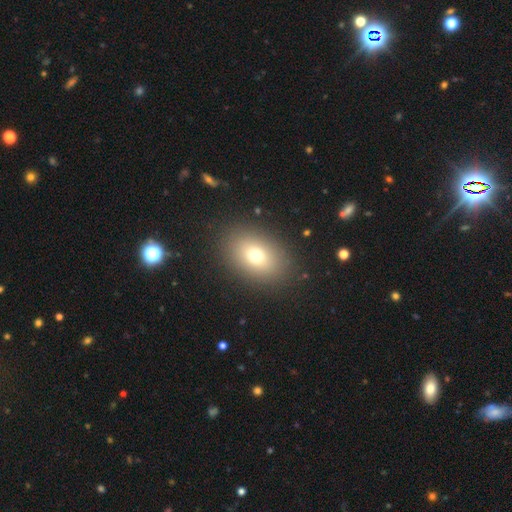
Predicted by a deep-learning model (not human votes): smooth-or-featured: smooth: 74% | star or artifact: 13% | featured or disk: 13%
  how-rounded: in between: 74% | round: 25% | cigar-shaped: 1%
  merging: none: 87% | minor disturbance: 8% | major disturbance: 4% | merger: 1%